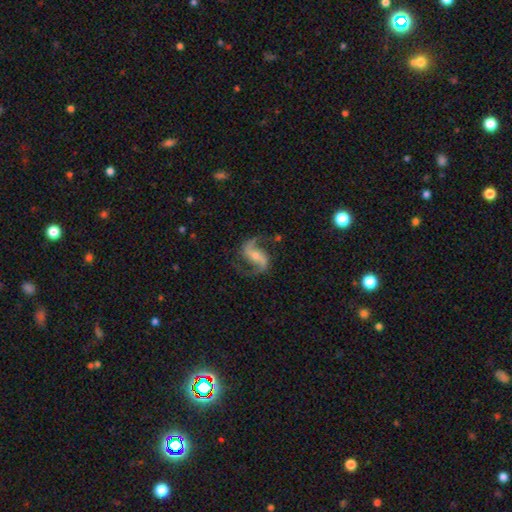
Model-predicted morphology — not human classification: Smooth or featured? featured or disk (89%)
Edge-on disk? no (97%)
Bar? weak (38%, tied with strong)
Spiral arms? yes (97%)
Spiral winding? loose (53%)
Spiral arm count? 2 (93%)
Bulge size? small (47%)
Merging? none (77%)